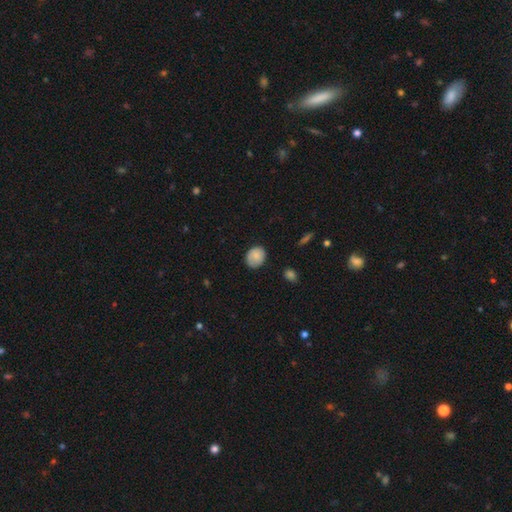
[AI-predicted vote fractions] The model was most divided on "how rounded": round: 61%, in between: 38%, cigar-shaped: 1%. More confident: smooth or featured — smooth (81%); merging — none (75%).